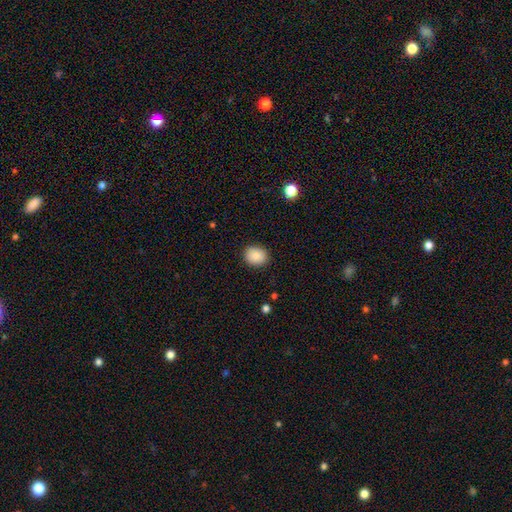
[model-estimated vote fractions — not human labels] Smooth or featured? Predicted: smooth (p=0.87). How rounded? Predicted: round (p=0.60). Merging? Predicted: none (p=0.89).